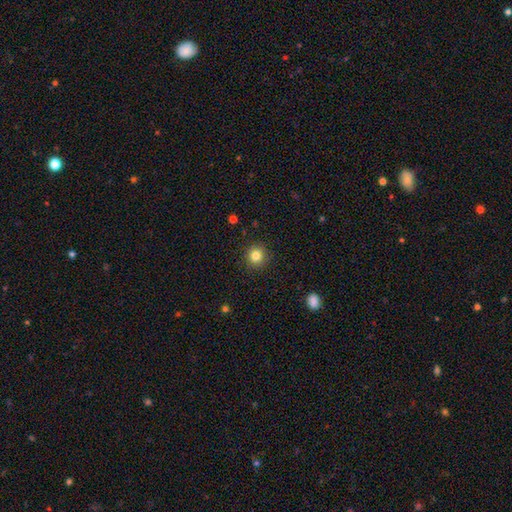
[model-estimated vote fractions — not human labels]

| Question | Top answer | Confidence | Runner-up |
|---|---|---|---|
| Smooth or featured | smooth | 83% | star or artifact (11%) |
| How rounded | round | 92% | in between (7%) |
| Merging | none | 91% | minor disturbance (6%) |